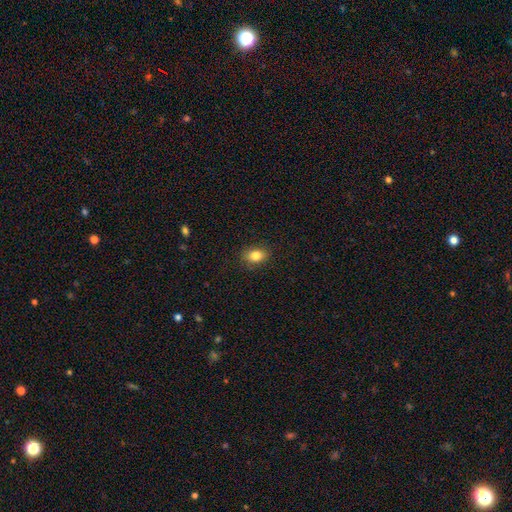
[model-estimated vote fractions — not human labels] A smooth galaxy with no disk features (84%) that is in between round and cigar-shaped (68%). Merging: none (87%).